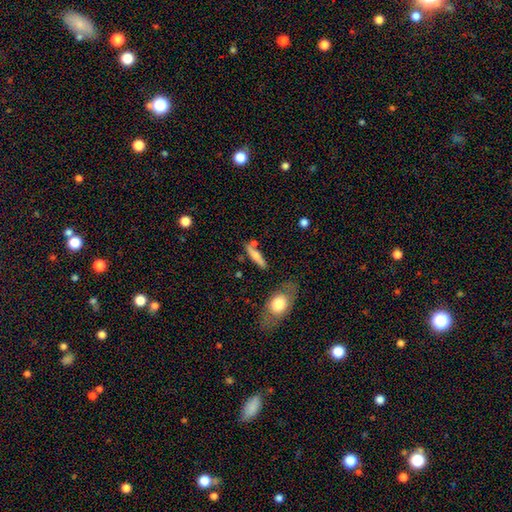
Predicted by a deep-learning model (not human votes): Overall: smooth (58%; featured or disk 36%). How rounded: cigar-shaped (74%). Merging: none (68%).